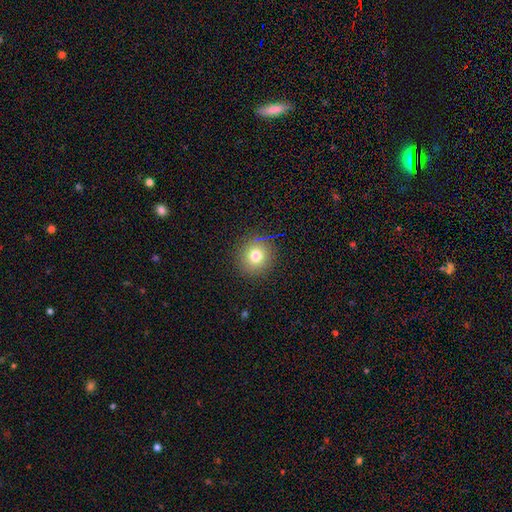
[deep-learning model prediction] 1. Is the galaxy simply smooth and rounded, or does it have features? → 76% smooth, 15% star or artifact, 9% featured or disk.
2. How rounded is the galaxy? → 91% round, 8% in between, 1% cigar-shaped.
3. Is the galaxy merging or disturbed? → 88% none, 7% minor disturbance, 3% major disturbance, 1% merger.